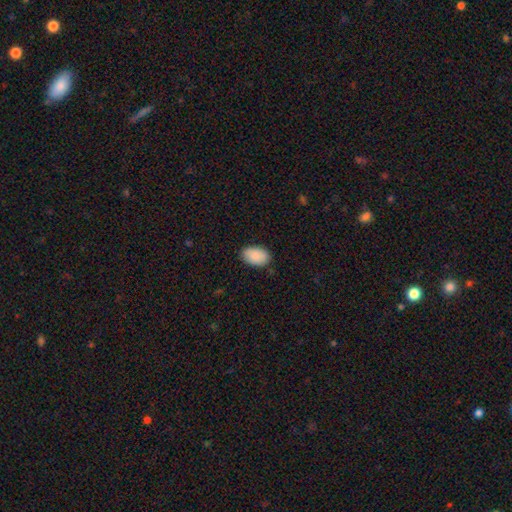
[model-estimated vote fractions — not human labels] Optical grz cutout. It shows a smooth galaxy with no disk features (91%) that is in between round and cigar-shaped (91%). Merging: none (84%).